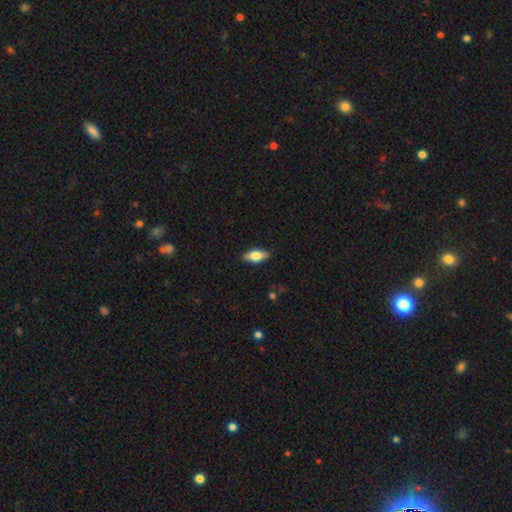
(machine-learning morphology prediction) Overall: smooth (69%). How rounded: in between (82%). Merging: none (88%).